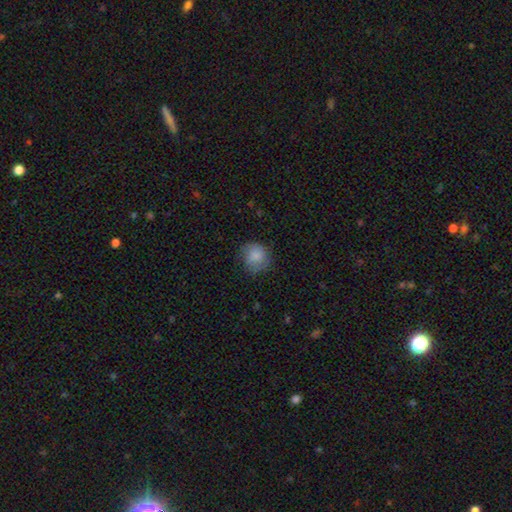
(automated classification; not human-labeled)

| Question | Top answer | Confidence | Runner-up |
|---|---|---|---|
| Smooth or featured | smooth | 80% | featured or disk (13%) |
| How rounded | round | 83% | in between (16%) |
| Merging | none | 71% | minor disturbance (22%) |